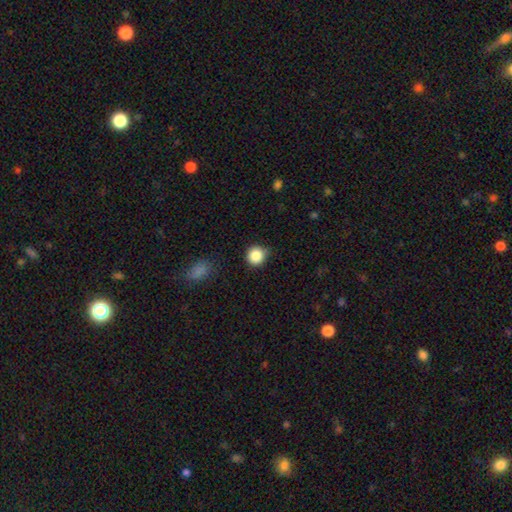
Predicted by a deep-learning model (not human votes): Q: Smooth or featured?
A: smooth (85%); runner-up: star or artifact (10%)
Q: How rounded?
A: round (92%); runner-up: in between (7%)
Q: Merging?
A: none (79%); runner-up: minor disturbance (16%)